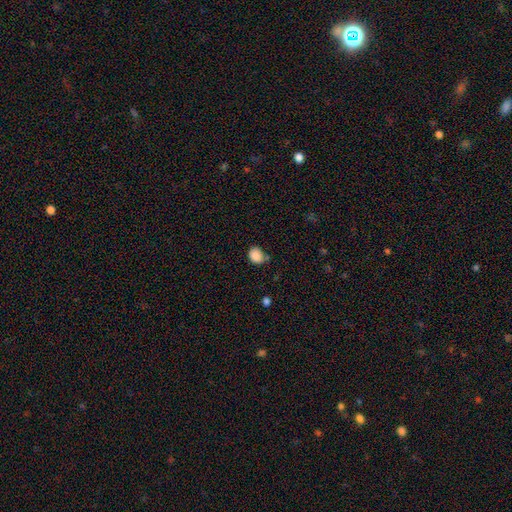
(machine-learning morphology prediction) This appears to be a smooth galaxy with no disk features (87%) that is round (54%). Merging: none (64%).